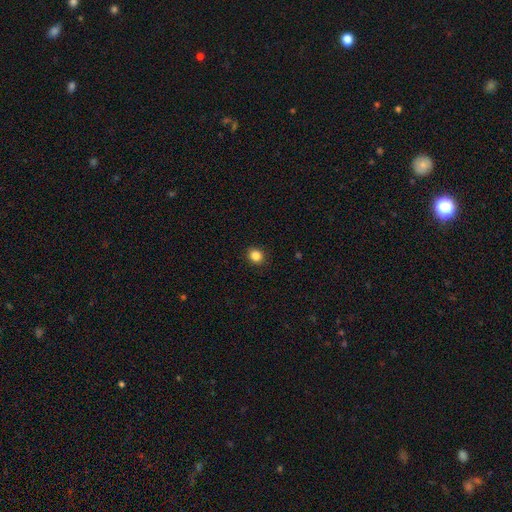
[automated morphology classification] smooth 85%, star or artifact 11%, featured or disk 4%. Down the decision tree: how rounded — round (76%); merging — none (91%).